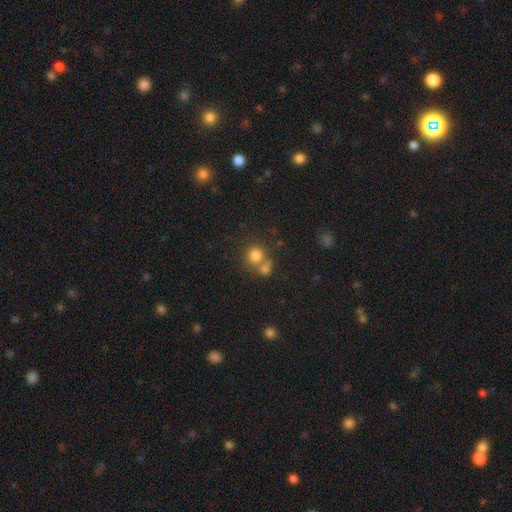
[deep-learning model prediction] This appears to be a smooth galaxy with no disk features (77%) that is round (87%). Merging: none (47%).